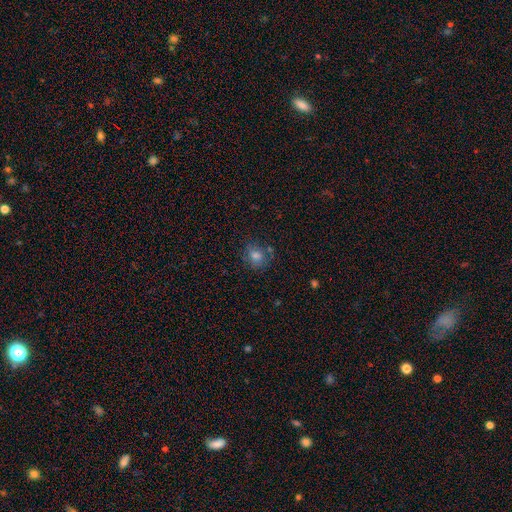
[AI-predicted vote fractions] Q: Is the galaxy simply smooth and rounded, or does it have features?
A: smooth — 75%.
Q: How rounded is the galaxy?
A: round — 69%.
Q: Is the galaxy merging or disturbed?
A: none — 70%.